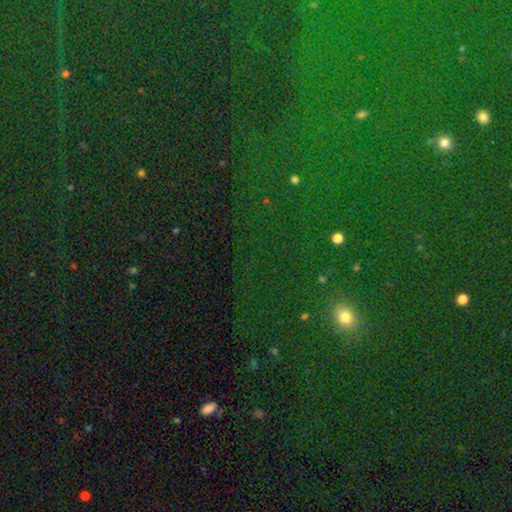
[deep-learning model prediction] star or artifact 60%, smooth 33%, featured or disk 7%.